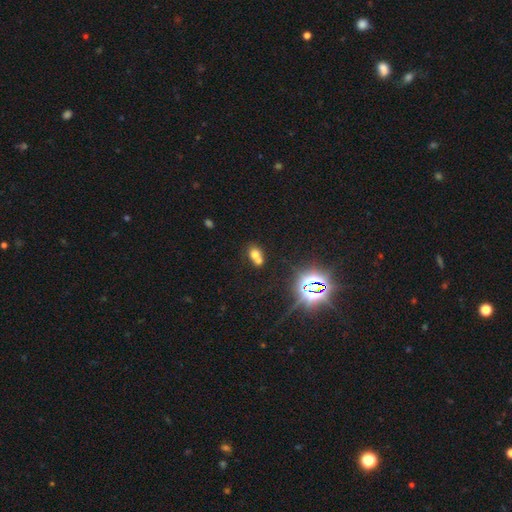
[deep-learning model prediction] Smooth or featured? smooth (62%)
How rounded? in between (58%)
Merging? merger (57%)